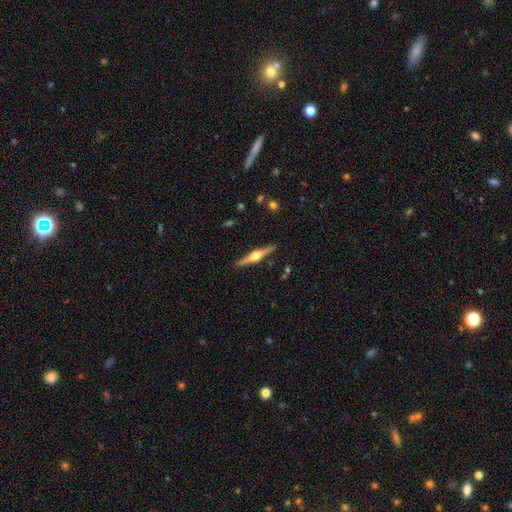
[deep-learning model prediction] A featured or disk galaxy (80%) viewed edge-on (98%) with a rounded central bulge (95%). Merging: none (90%).